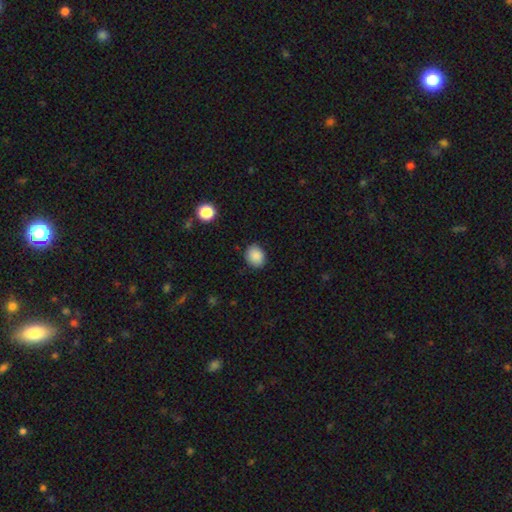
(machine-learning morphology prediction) Overall: smooth (87%). How rounded: round (58%; in between 41%). Merging: none (85%).